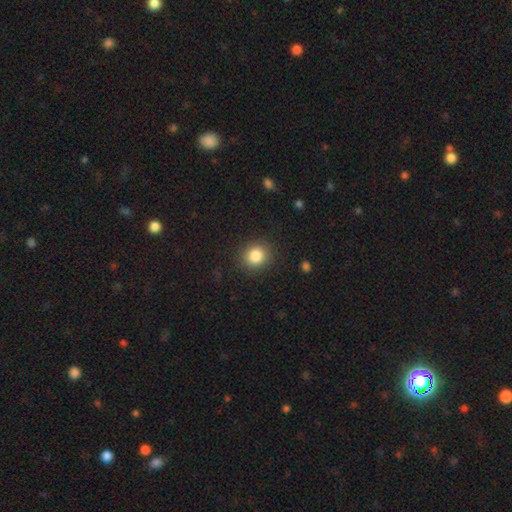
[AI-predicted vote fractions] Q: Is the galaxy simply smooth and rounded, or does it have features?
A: smooth — 84%.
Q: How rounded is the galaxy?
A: round — 83%.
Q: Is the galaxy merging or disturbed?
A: none — 89%.